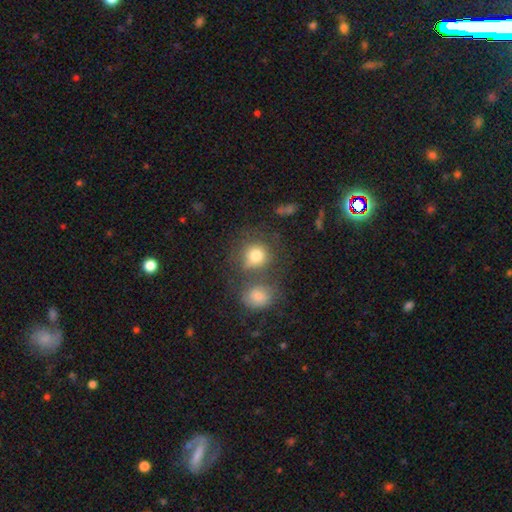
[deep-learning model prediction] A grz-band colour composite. It shows a smooth galaxy with no disk features (75%) that is round (83%). Merging: none (54%).